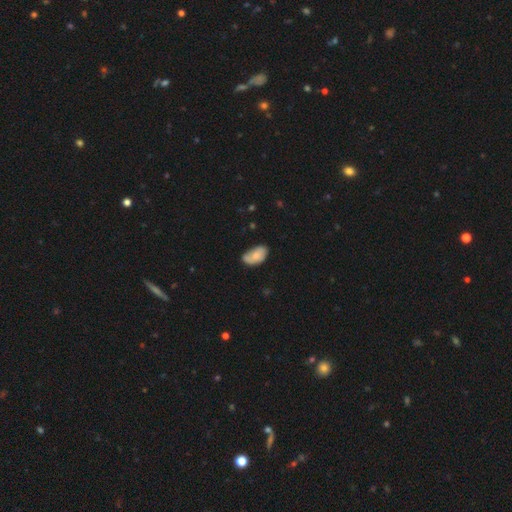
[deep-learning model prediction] A smooth galaxy with no disk features (75%) that is in between round and cigar-shaped (93%).

Vote fractions:
- Smooth or featured? smooth: 75% / featured or disk: 18% / star or artifact: 7%
- How rounded? in between: 93% / round: 5% / cigar-shaped: 2%
- Merging? none: 48% / minor disturbance: 37% / major disturbance: 9% / merger: 5%